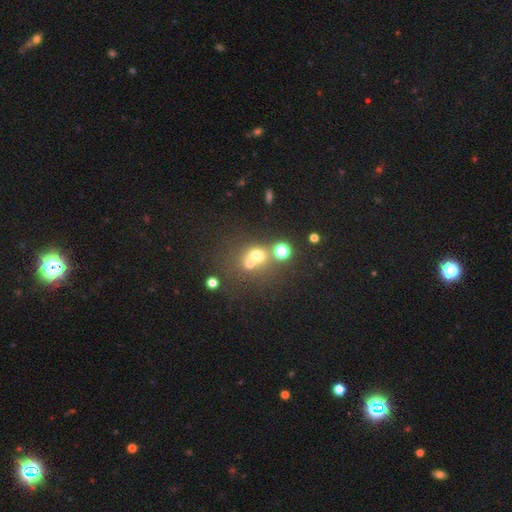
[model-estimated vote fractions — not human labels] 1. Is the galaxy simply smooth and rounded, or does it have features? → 60% smooth, 21% star or artifact, 19% featured or disk.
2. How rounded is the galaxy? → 73% round, 26% in between, 1% cigar-shaped.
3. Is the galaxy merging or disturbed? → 48% merger, 37% none, 9% minor disturbance, 6% major disturbance.